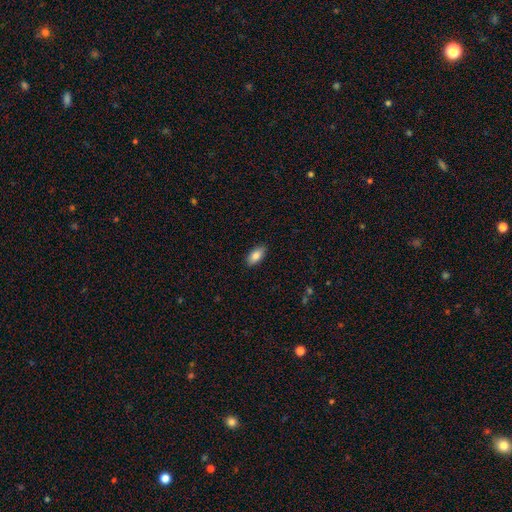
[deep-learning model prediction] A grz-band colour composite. It shows a smooth galaxy with no disk features (85%) that is in between round and cigar-shaped (91%). Merging: none (88%).